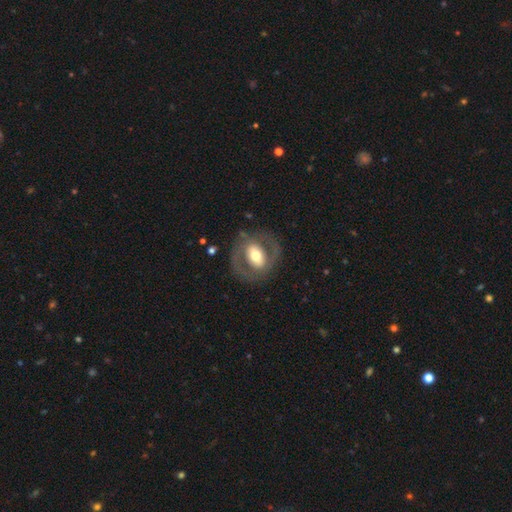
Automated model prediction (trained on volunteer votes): Smooth or featured?
  - featured or disk: 65% *
  - smooth: 30%
  - star or artifact: 6%
Edge-on disk?
  - no: 94% *
  - yes: 6%
Bar?
  - strong: 36% *
  - no: 32%
  - weak: 32%
Spiral arms?
  - no: 51% *
  - yes: 49%
Bulge size?
  - moderate: 61% *
  - large: 24%
  - small: 11%
  - dominant: 2%
  - none: 1%
Merging?
  - none: 76% *
  - minor disturbance: 13%
  - major disturbance: 10%
  - merger: 1%